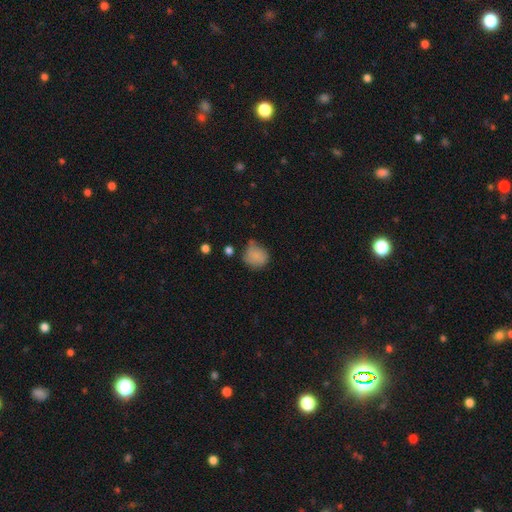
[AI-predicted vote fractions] A smooth galaxy with no disk features (78%) that is round (76%).

Vote fractions:
- Smooth or featured? smooth: 78% / featured or disk: 13% / star or artifact: 9%
- How rounded? round: 76% / in between: 23% / cigar-shaped: 1%
- Merging? none: 48% / minor disturbance: 35% / major disturbance: 11% / merger: 5%